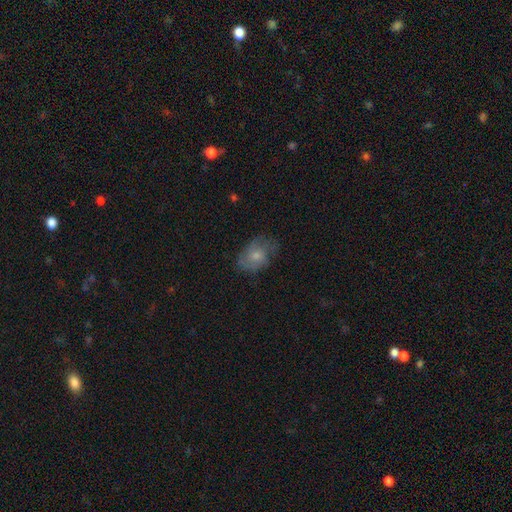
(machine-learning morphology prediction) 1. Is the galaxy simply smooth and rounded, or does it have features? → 55% smooth, 37% featured or disk, 8% star or artifact.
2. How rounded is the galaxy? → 78% in between, 21% round, 1% cigar-shaped.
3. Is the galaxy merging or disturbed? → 59% none, 27% minor disturbance, 12% major disturbance, 1% merger.